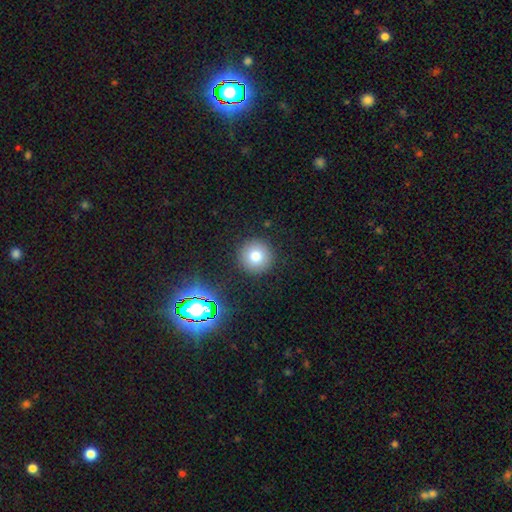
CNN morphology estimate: smooth 75%, star or artifact 15%, featured or disk 10%. Down the decision tree: how rounded — round (96%); merging — none (91%).